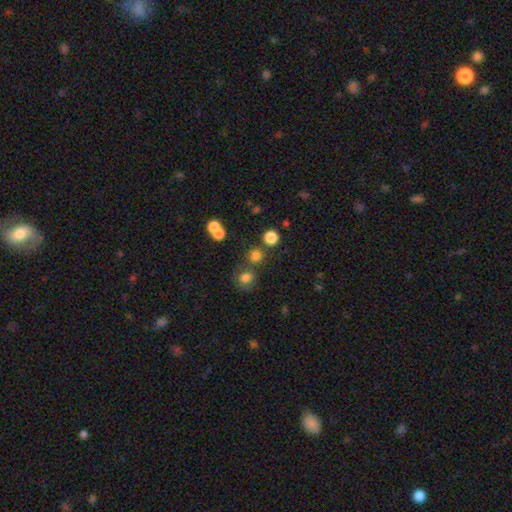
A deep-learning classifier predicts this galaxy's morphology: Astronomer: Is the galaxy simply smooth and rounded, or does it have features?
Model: smooth — 75%.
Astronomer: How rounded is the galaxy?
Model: round — 90%.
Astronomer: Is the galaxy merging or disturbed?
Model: none — 71%.